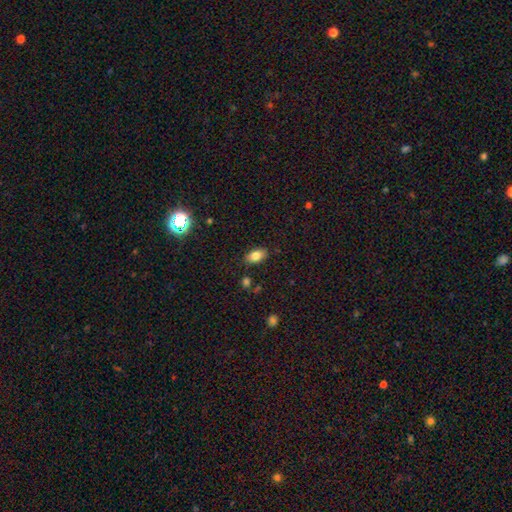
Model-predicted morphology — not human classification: The model was most divided on "smooth or featured": smooth: 81%, star or artifact: 10%, featured or disk: 9%. More confident: how rounded — in between (90%); merging — none (85%).